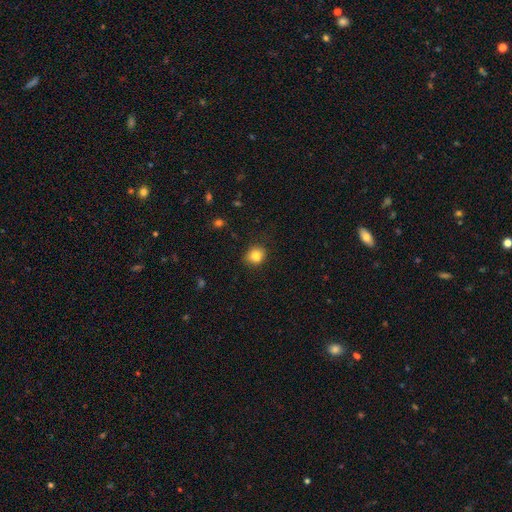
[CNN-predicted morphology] A smooth galaxy with no disk features (83%) that is round (74%).

Vote fractions:
- Smooth or featured? smooth: 83% / star or artifact: 11% / featured or disk: 6%
- How rounded? round: 74% / in between: 25% / cigar-shaped: 1%
- Merging? none: 83% / minor disturbance: 13% / major disturbance: 3% / merger: 1%